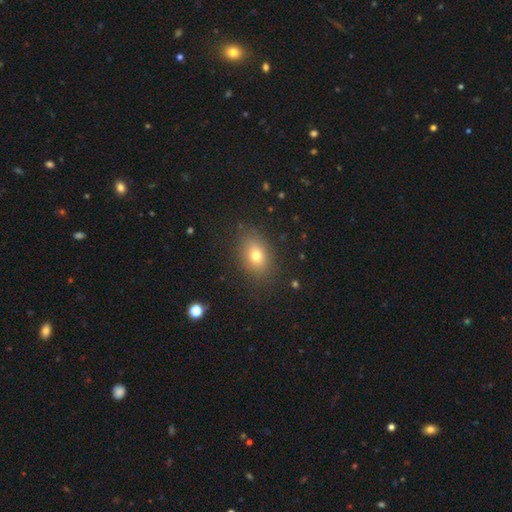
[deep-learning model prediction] Morphology: type=smooth (73%); roundness=in between (70%); merging=none (84%).